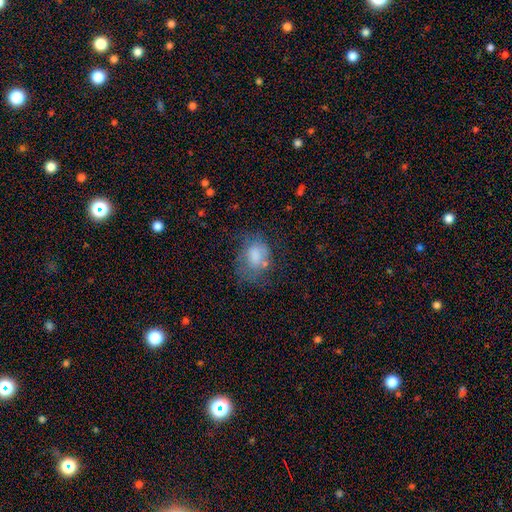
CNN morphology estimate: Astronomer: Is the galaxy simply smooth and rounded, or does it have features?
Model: smooth — 66%.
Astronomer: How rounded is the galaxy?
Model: in between — 58% (runner-up: round, 41%).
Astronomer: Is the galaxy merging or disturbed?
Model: none — 40% (runner-up: minor disturbance, 28%).